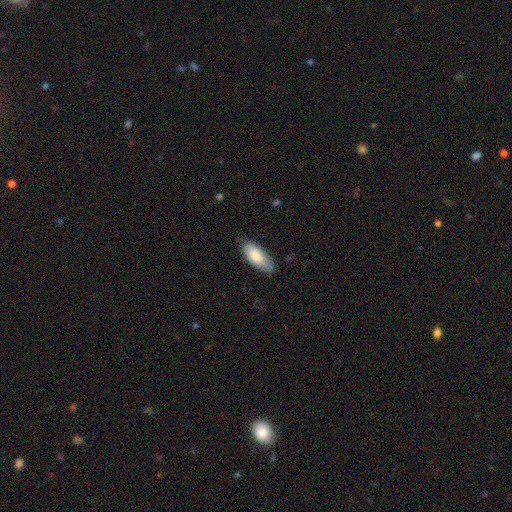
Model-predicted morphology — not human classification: smooth_or_featured: smooth (p=0.84) [alt: featured or disk p=0.10]
how_rounded: in between (p=0.85) [alt: cigar-shaped p=0.13]
merging: none (p=0.76) [alt: minor disturbance p=0.20]